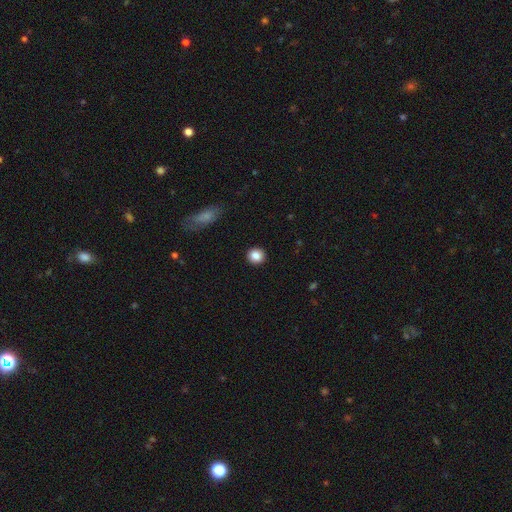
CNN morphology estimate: This is clearly a smooth galaxy (86%). How rounded: clearly round (90%). Merging: clearly none (92%).